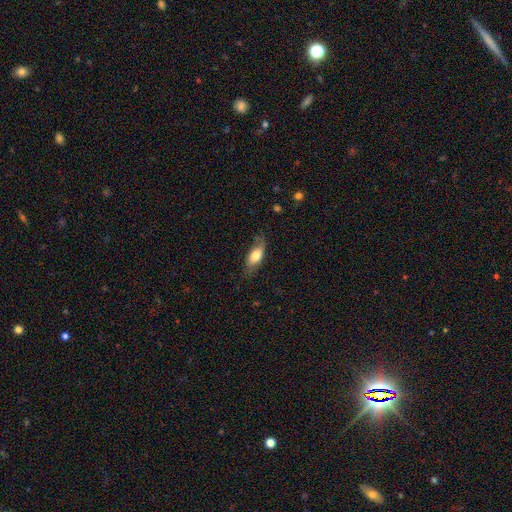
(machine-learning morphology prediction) This is likely a smooth galaxy (66%). How rounded: likely in between (78%). Merging: likely none (66%).